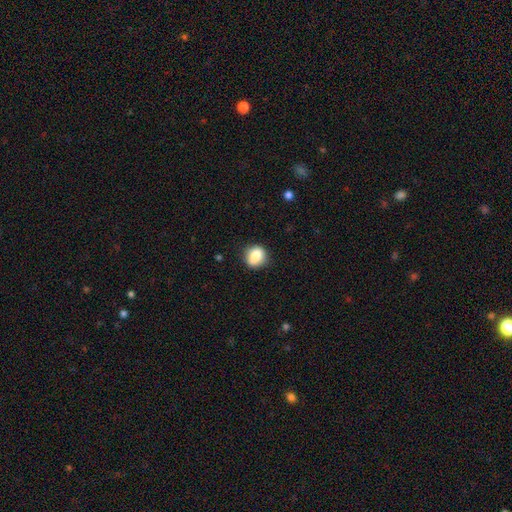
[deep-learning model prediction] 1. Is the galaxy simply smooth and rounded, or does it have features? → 81% smooth, 10% featured or disk, 9% star or artifact.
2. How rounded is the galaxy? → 64% round, 34% in between, 2% cigar-shaped.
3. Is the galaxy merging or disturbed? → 82% none, 13% minor disturbance, 3% major disturbance, 1% merger.